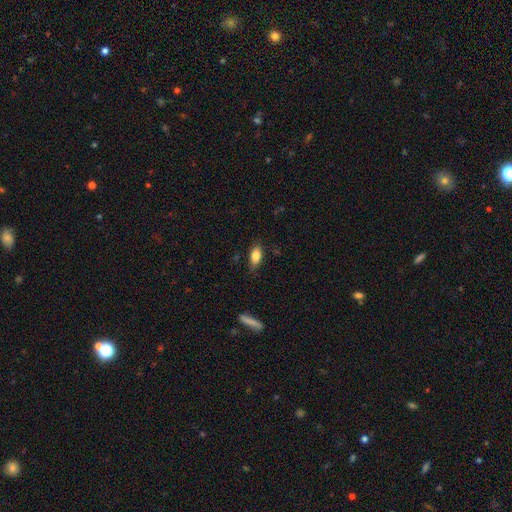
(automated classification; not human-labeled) Smooth or featured? Predicted: smooth (p=0.82). How rounded? Predicted: in between (p=0.81). Merging? Predicted: none (p=0.74).